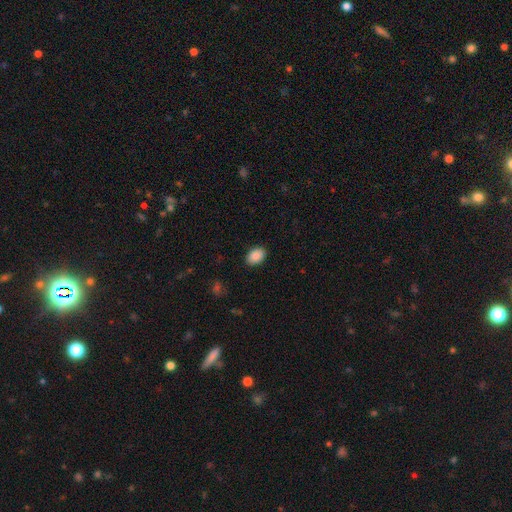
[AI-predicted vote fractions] A smooth galaxy with no disk features (89%) that is in between round and cigar-shaped (86%).

Vote fractions:
- Smooth or featured? smooth: 89% / star or artifact: 7% / featured or disk: 4%
- How rounded? in between: 86% / round: 13% / cigar-shaped: 1%
- Merging? none: 89% / minor disturbance: 8% / major disturbance: 2% / merger: 1%